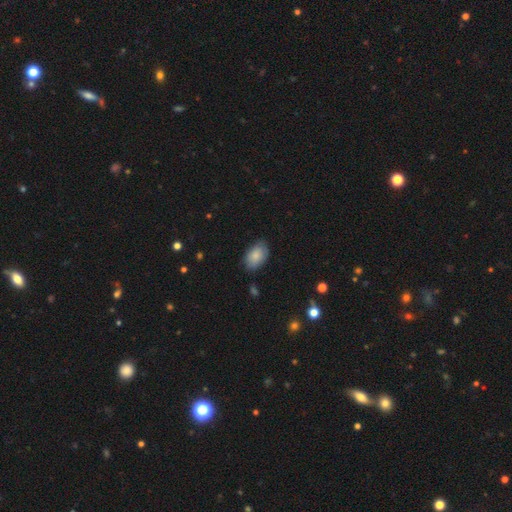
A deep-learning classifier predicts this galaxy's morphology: This is clearly a smooth galaxy (84%). How rounded: clearly in between (92%). Merging: likely none (77%).